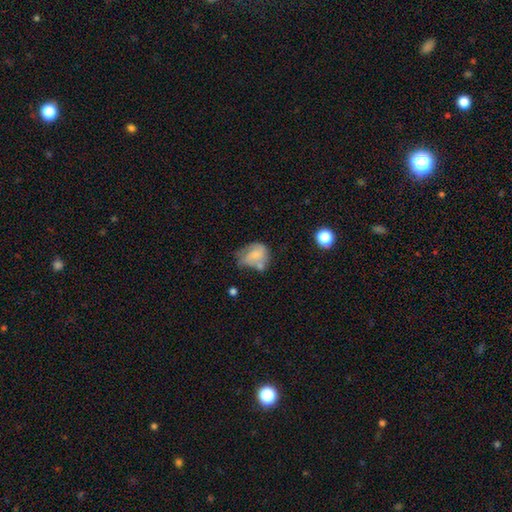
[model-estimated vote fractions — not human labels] Smooth or featured? Predicted: smooth (p=0.62). How rounded? Predicted: in between (p=0.52). Merging? Predicted: minor disturbance (p=0.30).